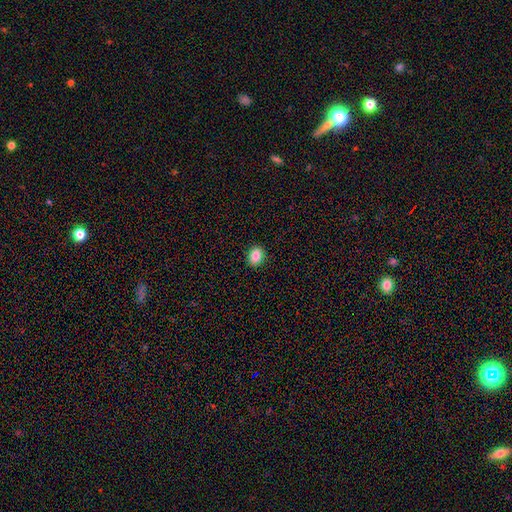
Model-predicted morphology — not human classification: smooth_or_featured: smooth (p=0.87) [alt: star or artifact p=0.09]
how_rounded: in between (p=0.69) [alt: round p=0.30]
merging: none (p=0.91) [alt: minor disturbance p=0.07]